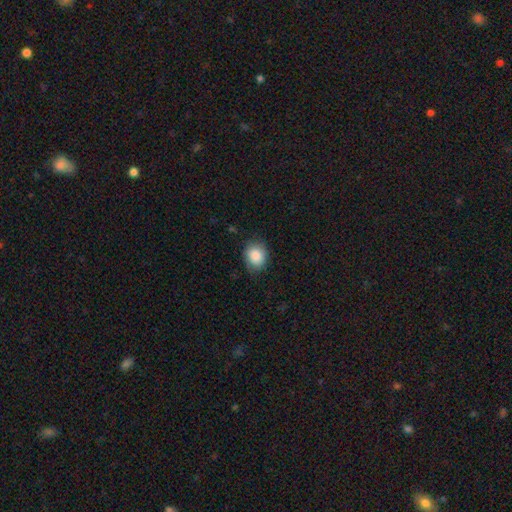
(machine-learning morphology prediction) smooth-or-featured: smooth: 87% | star or artifact: 7% | featured or disk: 6%
  how-rounded: round: 63% | in between: 37% | cigar-shaped: 1%
  merging: none: 76% | minor disturbance: 19% | major disturbance: 4% | merger: 1%